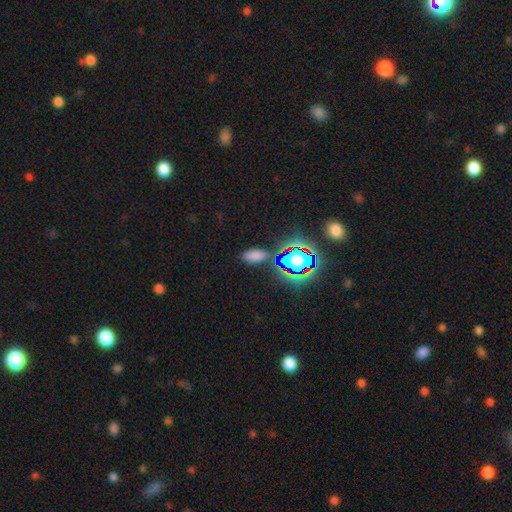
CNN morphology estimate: smooth_or_featured: smooth (p=0.66) [alt: star or artifact p=0.26]
how_rounded: in between (p=0.86) [alt: cigar-shaped p=0.08]
merging: none (p=0.81) [alt: minor disturbance p=0.11]